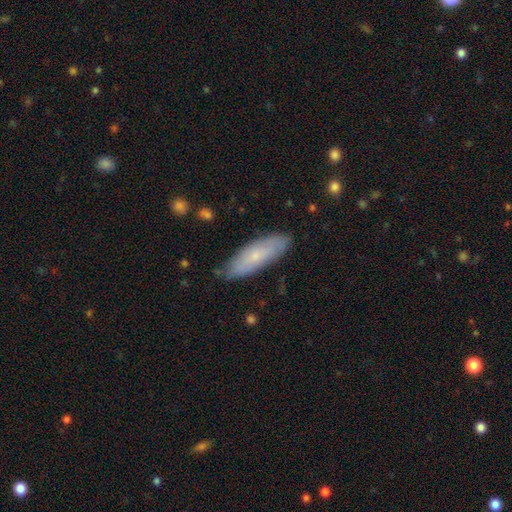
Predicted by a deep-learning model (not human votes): Smooth or featured: smooth — 66% (featured or disk — 28%)
How rounded: in between — 55% (cigar-shaped — 44%)
Merging: none — 80% (minor disturbance — 16%)